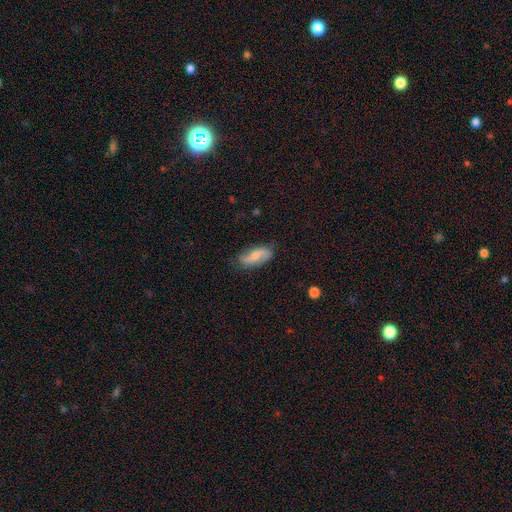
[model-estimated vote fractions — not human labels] A featured or disk galaxy (63%) with no bar (42%, tied with weak), 2 (90%) loose (73%) spiral arms (91%) and a moderate central bulge (48%).

Vote fractions:
- Smooth or featured? featured or disk: 63% / smooth: 31% / star or artifact: 7%
- Edge-on disk? no: 92% / yes: 8%
- Bar? no: 42% (tied) / weak: 42% (tied) / strong: 16%
- Spiral arms? yes: 91% / no: 9%
- Spiral winding? loose: 73% / medium: 19% / tight: 7%
- Spiral arm count? 2: 90% / can't tell: 4% / 1: 3% / 3: 1% / 4: 1% / more than 4: 1%
- Bulge size? moderate: 48% / small: 39% / none: 7% / large: 4% / dominant: 1%
- Merging? none: 77% / minor disturbance: 17% / major disturbance: 5% / merger: 2%